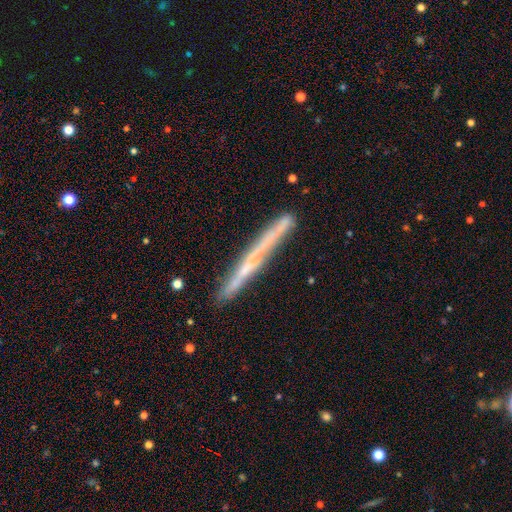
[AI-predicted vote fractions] Smooth or featured? Predicted: featured or disk (p=0.55). Edge-on disk? Predicted: yes (p=0.95). Edge-on bulge? Predicted: none (p=0.81). Merging? Predicted: none (p=0.85).